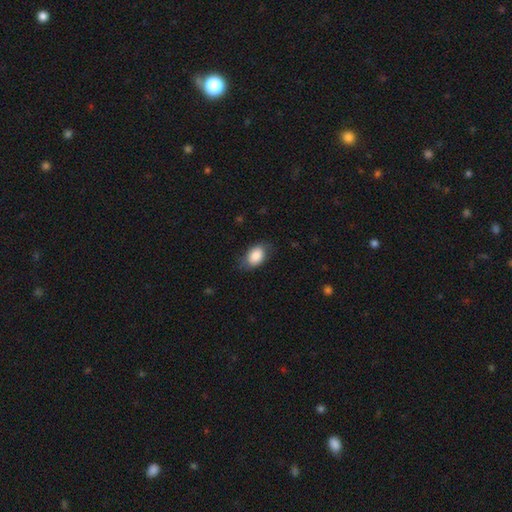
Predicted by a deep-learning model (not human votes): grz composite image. It shows a smooth galaxy with no disk features (85%) that is in between round and cigar-shaped (87%). Merging: none (72%).